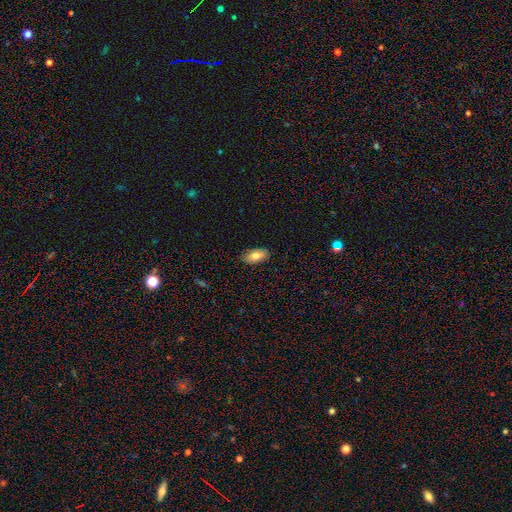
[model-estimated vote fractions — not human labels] Morphology: type=smooth (77%); roundness=in between (92%); merging=none (85%).